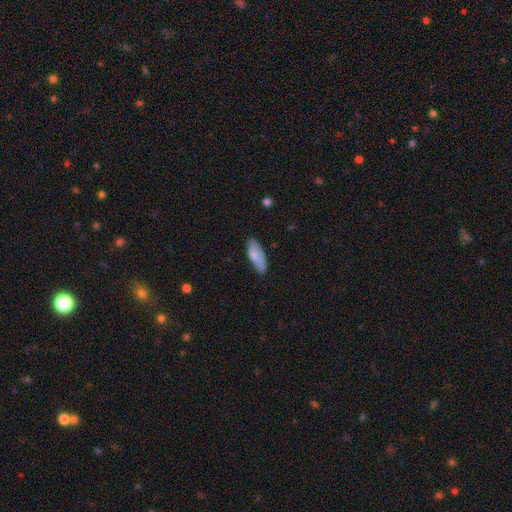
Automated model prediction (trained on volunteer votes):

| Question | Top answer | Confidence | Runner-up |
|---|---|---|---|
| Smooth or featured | smooth | 78% | featured or disk (16%) |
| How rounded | in between | 69% | cigar-shaped (29%) |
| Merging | none | 70% | minor disturbance (23%) |